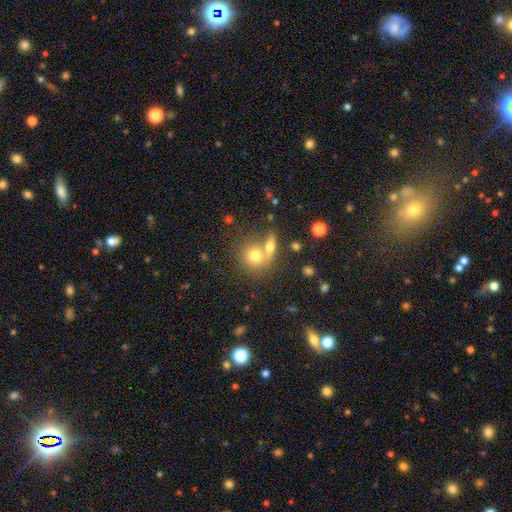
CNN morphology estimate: This appears to be a smooth galaxy with no disk features (72%) that is round (78%). Merging: none (48%).